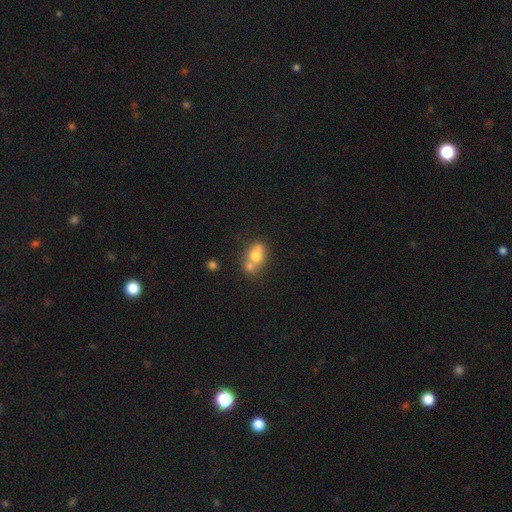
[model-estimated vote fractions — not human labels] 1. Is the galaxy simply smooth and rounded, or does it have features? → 68% smooth, 22% featured or disk, 10% star or artifact.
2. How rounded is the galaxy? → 52% in between, 47% round, 1% cigar-shaped.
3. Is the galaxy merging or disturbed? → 53% merger, 33% none, 10% minor disturbance, 4% major disturbance.